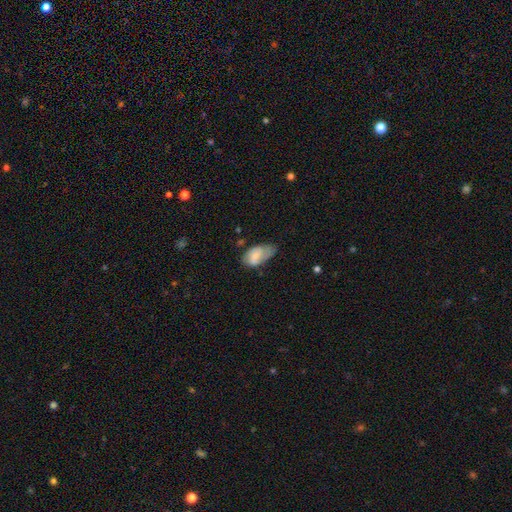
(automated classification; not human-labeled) Overall: smooth (66%; featured or disk 27%). How rounded: in between (93%). Merging: minor disturbance (43%; none 36%).